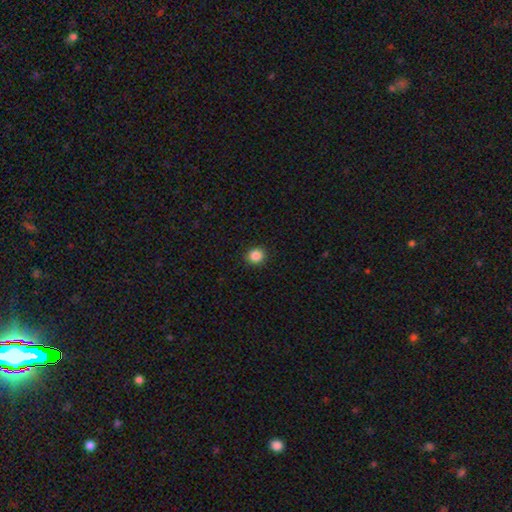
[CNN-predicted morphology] Smooth or featured: smooth — 86% (star or artifact — 10%)
How rounded: round — 87% (in between — 12%)
Merging: none — 92% (minor disturbance — 5%)